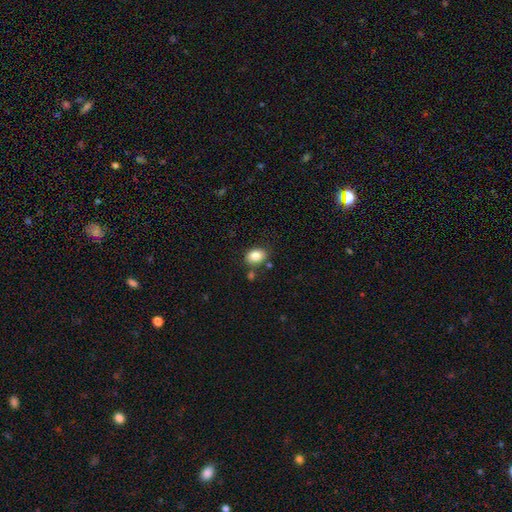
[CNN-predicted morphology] Smooth or featured? Predicted: smooth (p=0.83). How rounded? Predicted: in between (p=0.73). Merging? Predicted: none (p=0.80).